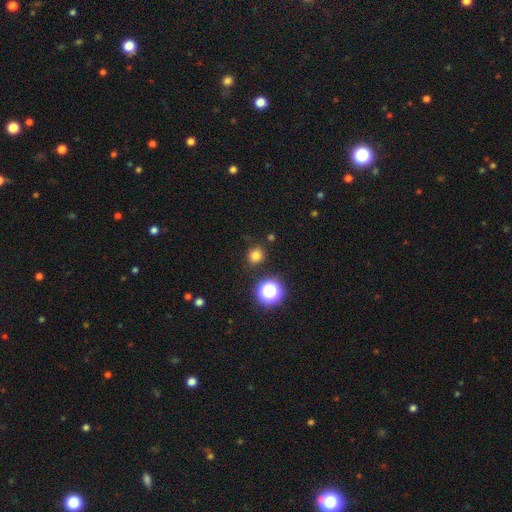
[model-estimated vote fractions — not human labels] Overall: smooth (78%). How rounded: round (79%). Merging: none (84%).